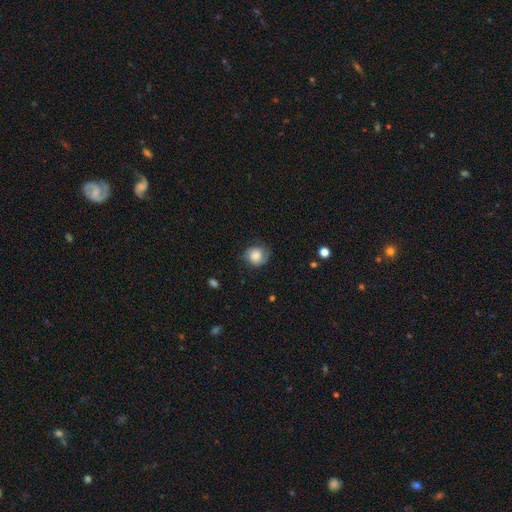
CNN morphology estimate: Smooth or featured? smooth (72%)
How rounded? round (76%)
Merging? none (67%)